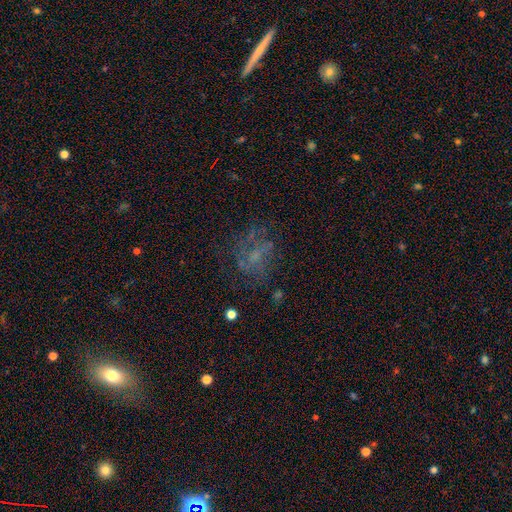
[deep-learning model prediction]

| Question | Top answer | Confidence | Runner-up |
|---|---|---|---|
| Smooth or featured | featured or disk | 51% | smooth (27%) |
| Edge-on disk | no | 97% | yes (3%) |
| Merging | none | 53% | major disturbance (25%) |